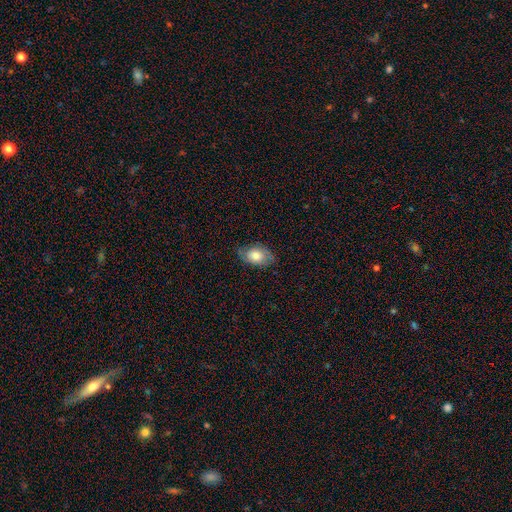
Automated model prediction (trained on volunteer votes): This appears to be a smooth galaxy with no disk features (66%) that is in between round and cigar-shaped (88%). Merging: none (71%).